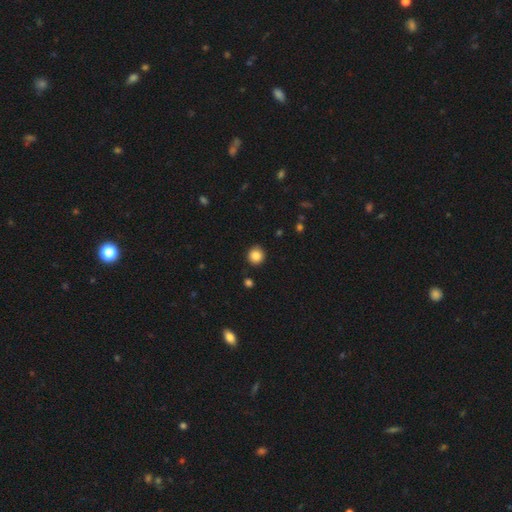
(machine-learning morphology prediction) Smooth or featured? smooth (85%)
How rounded? round (92%)
Merging? none (91%)